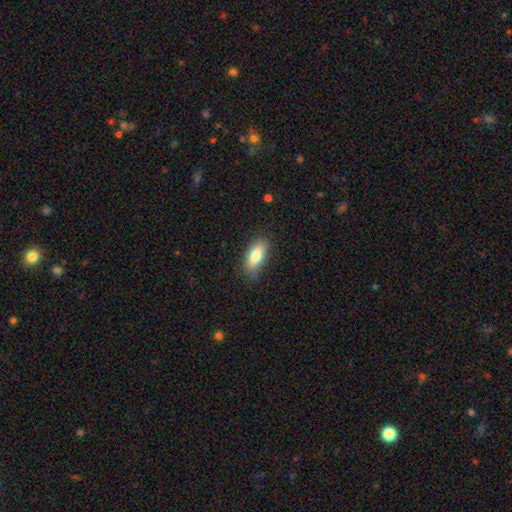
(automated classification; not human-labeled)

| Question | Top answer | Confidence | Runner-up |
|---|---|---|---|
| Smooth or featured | smooth | 79% | featured or disk (14%) |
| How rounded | in between | 80% | cigar-shaped (17%) |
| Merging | none | 84% | minor disturbance (12%) |